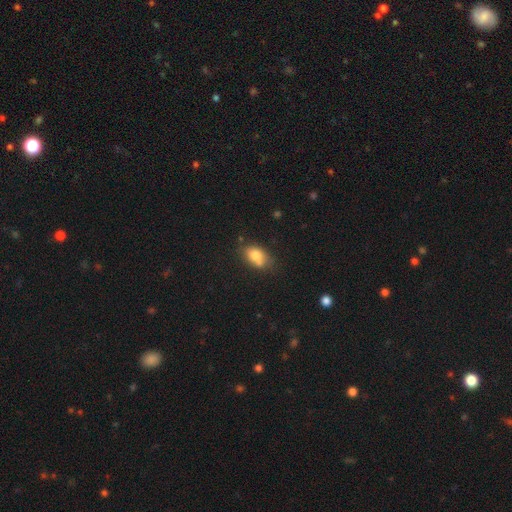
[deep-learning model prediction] smooth 77%, featured or disk 14%, star or artifact 9%. Down the decision tree: how rounded — in between (79%); merging — none (53%).